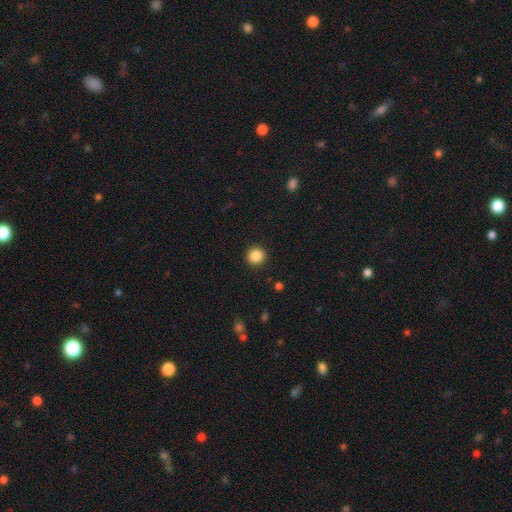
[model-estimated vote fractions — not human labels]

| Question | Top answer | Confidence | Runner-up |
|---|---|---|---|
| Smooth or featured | smooth | 86% | star or artifact (10%) |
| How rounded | round | 91% | in between (8%) |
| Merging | none | 92% | minor disturbance (5%) |